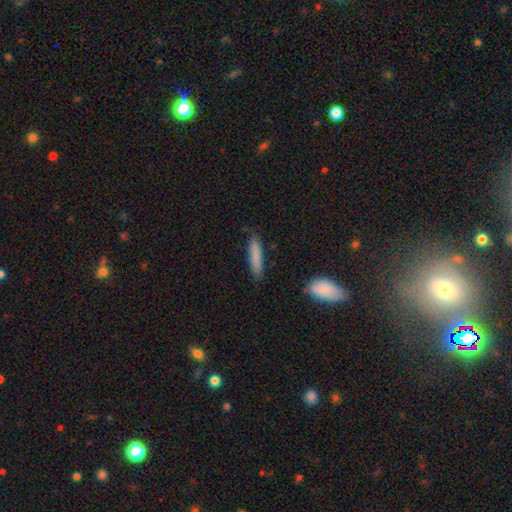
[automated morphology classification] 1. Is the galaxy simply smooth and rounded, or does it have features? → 81% smooth, 13% featured or disk, 6% star or artifact.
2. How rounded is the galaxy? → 88% cigar-shaped, 11% in between, 1% round.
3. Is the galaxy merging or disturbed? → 85% none, 11% minor disturbance, 2% major disturbance, 2% merger.